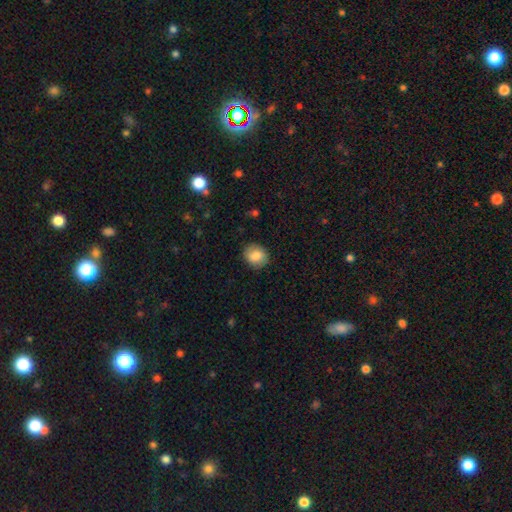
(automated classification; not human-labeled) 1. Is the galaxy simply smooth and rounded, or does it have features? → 81% smooth, 11% featured or disk, 8% star or artifact.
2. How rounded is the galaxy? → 67% round, 32% in between, 1% cigar-shaped.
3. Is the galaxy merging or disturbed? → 86% none, 10% minor disturbance, 3% major disturbance, 1% merger.